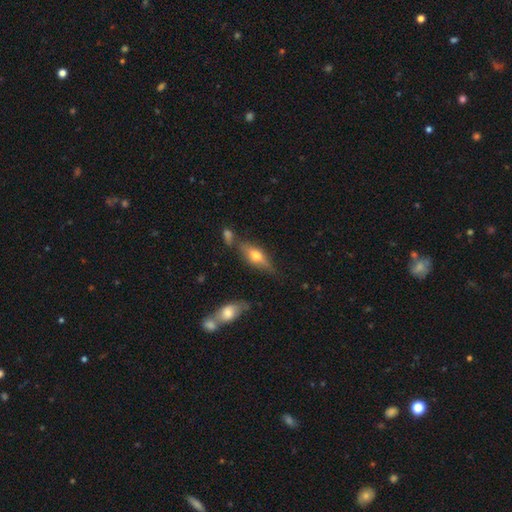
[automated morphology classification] This is possibly a featured or disk galaxy (51%). It is clearly viewed edge-on (87%). Merging: likely none (70%).